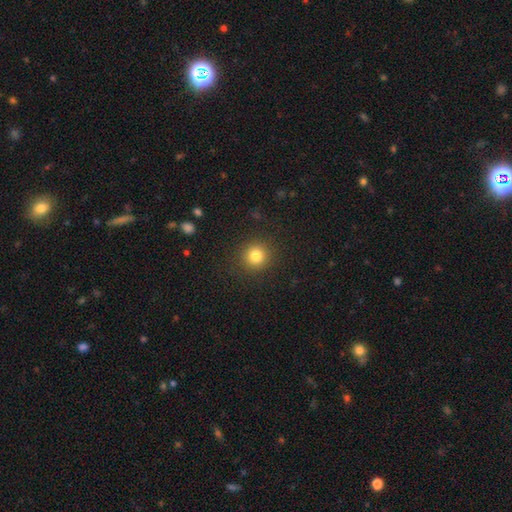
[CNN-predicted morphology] Smooth or featured? Predicted: smooth (p=0.82). How rounded? Predicted: round (p=0.92). Merging? Predicted: none (p=0.90).